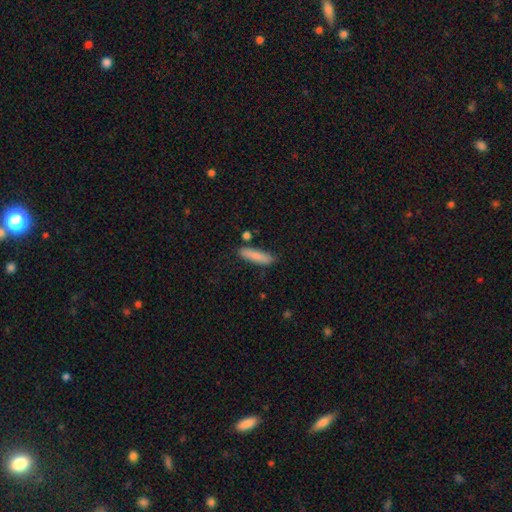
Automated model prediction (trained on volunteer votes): Q: Smooth or featured?
A: smooth (86%); runner-up: featured or disk (8%)
Q: How rounded?
A: cigar-shaped (77%); runner-up: in between (21%)
Q: Merging?
A: none (81%); runner-up: minor disturbance (13%)